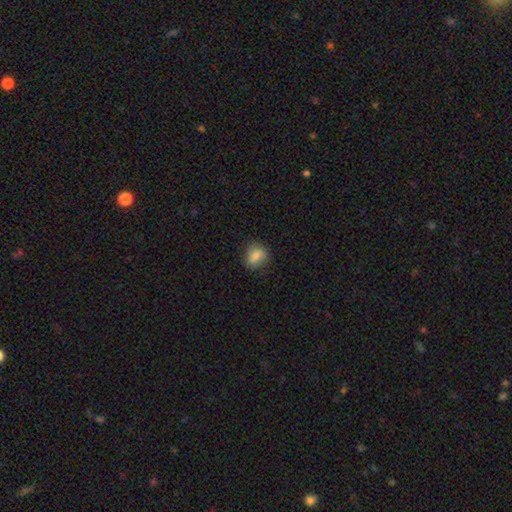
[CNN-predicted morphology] A smooth galaxy with no disk features (76%) that is round (62%).

Vote fractions:
- Smooth or featured? smooth: 76% / featured or disk: 16% / star or artifact: 8%
- How rounded? round: 62% / in between: 36% / cigar-shaped: 1%
- Merging? none: 75% / minor disturbance: 19% / major disturbance: 5% / merger: 1%